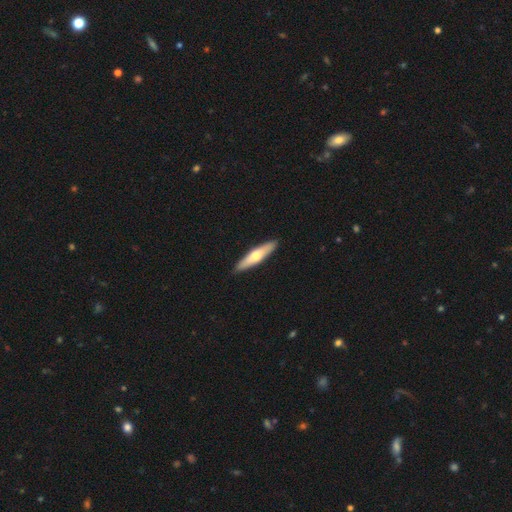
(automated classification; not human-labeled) smooth_or_featured: smooth (p=0.52) [alt: featured or disk p=0.43]
how_rounded: cigar-shaped (p=0.81) [alt: in between p=0.18]
merging: none (p=0.91) [alt: minor disturbance p=0.06]